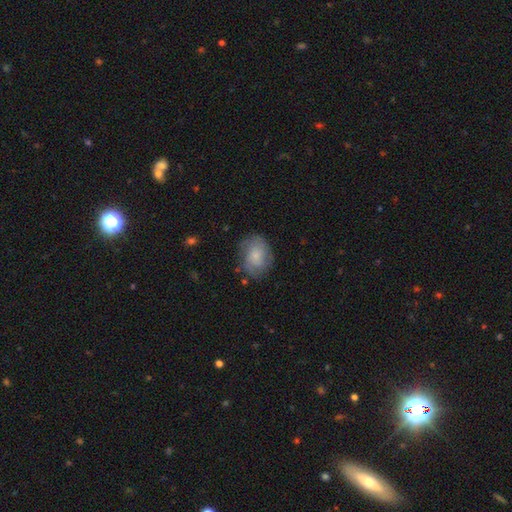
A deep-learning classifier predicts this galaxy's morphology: This is possibly a smooth galaxy (58%). How rounded: possibly in between (57%). Merging: likely none (65%).